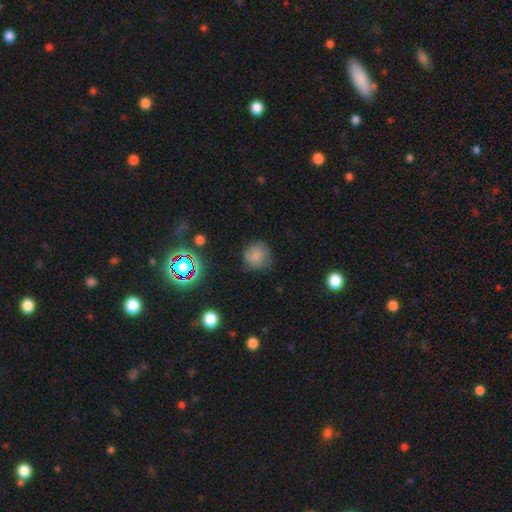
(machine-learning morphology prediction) Smooth or featured: smooth — 77% (star or artifact — 14%)
How rounded: round — 88% (in between — 11%)
Merging: none — 72% (minor disturbance — 20%)